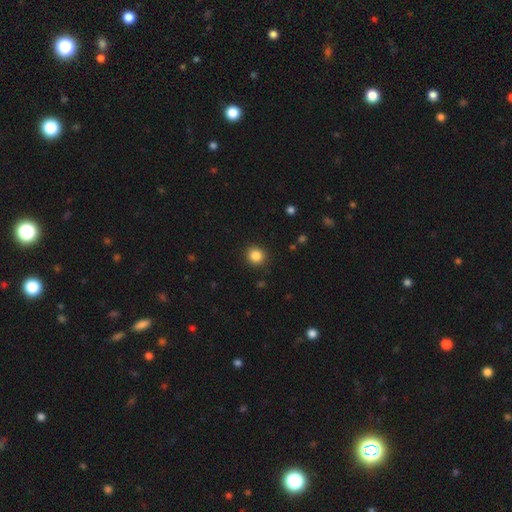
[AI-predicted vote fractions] Morphology: type=smooth (86%); roundness=round (89%); merging=none (91%).